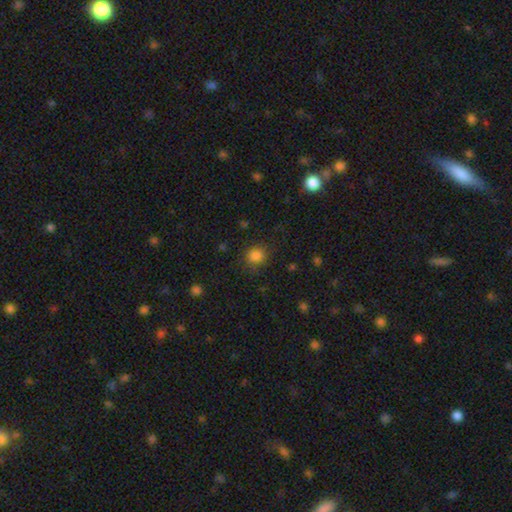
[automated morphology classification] smooth_or_featured: smooth (p=0.82) [alt: star or artifact p=0.13]
how_rounded: round (p=0.83) [alt: in between p=0.16]
merging: none (p=0.83) [alt: minor disturbance p=0.11]